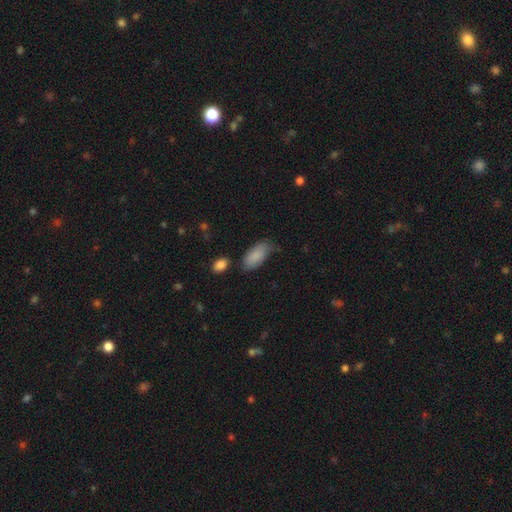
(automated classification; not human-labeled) Smooth or featured: smooth — 86% (featured or disk — 8%)
How rounded: in between — 93% (cigar-shaped — 5%)
Merging: none — 52% (minor disturbance — 34%)